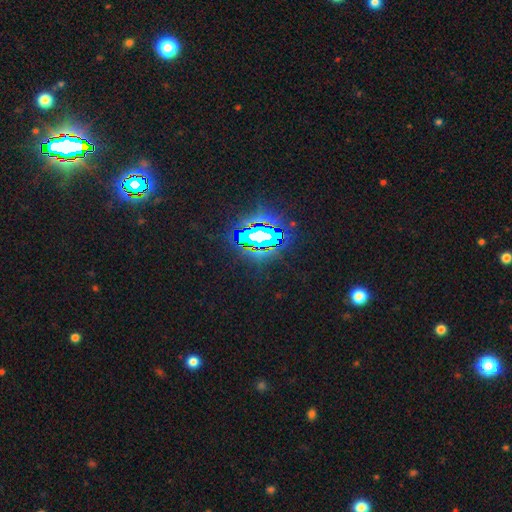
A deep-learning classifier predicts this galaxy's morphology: Smooth or featured? Predicted: star or artifact (p=0.81).